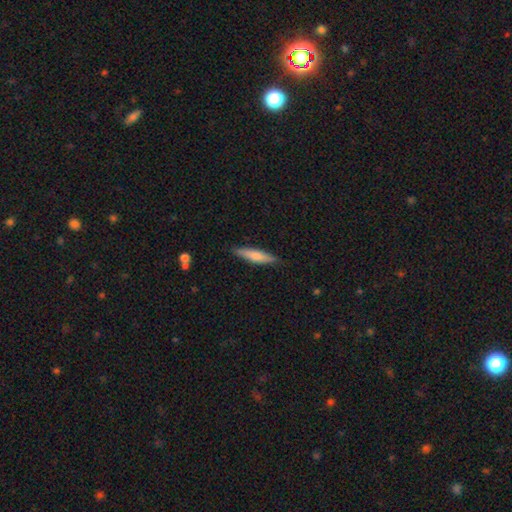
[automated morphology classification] Overall: smooth (69%). How rounded: cigar-shaped (82%). Merging: none (86%).